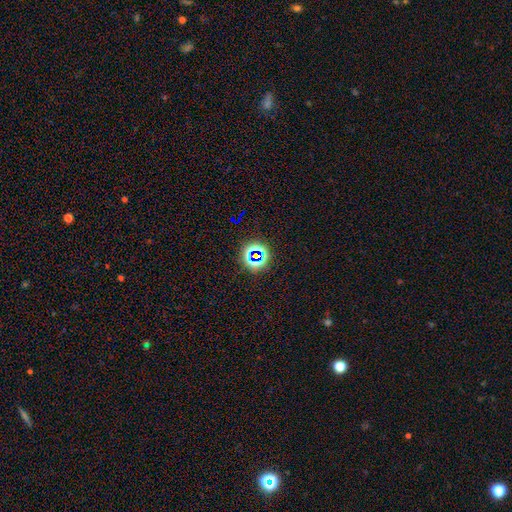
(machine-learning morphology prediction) Smooth or featured? Predicted: star or artifact (p=0.70).